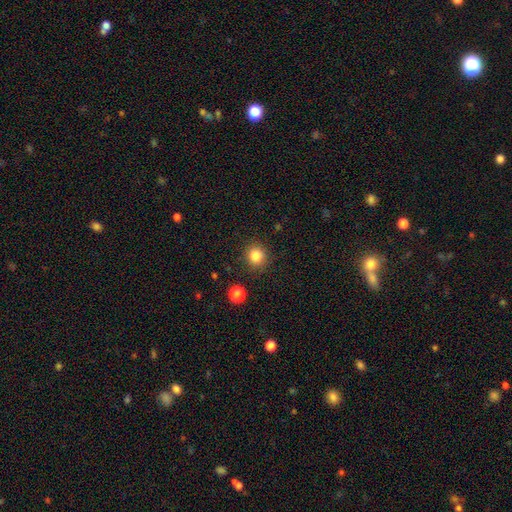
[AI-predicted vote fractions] Smooth or featured? Predicted: smooth (p=0.84). How rounded? Predicted: round (p=0.89). Merging? Predicted: none (p=0.88).